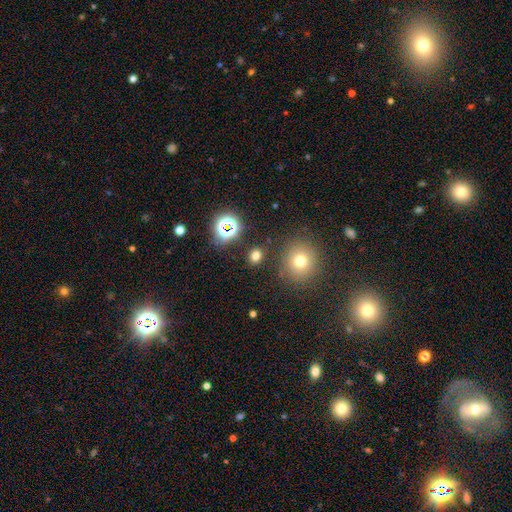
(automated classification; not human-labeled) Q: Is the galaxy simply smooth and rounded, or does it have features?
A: smooth — 68%.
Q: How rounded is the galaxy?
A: round — 67%.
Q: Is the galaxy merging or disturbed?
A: none — 85%.